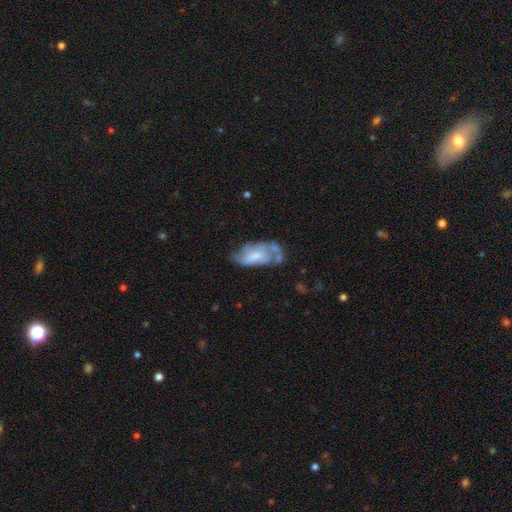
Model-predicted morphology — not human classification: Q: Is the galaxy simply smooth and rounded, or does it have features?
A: featured or disk — 56%.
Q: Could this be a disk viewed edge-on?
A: no — 94%.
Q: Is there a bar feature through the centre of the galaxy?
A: no — 63%.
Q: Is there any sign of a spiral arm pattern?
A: yes — 58%.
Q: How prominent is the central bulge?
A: small — 44%.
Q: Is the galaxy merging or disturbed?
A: none — 33%.